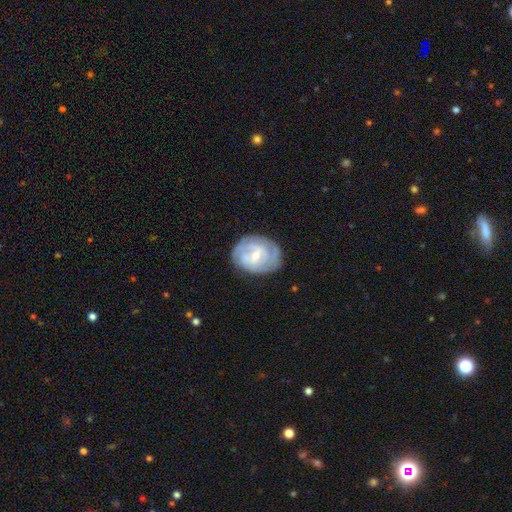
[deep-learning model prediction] The model was most divided on "spiral arm count": can't tell: 38%, 2: 33%, 3: 15%, 4: 6%, 1: 4%, more than 4: 3%. Remaining: edge-on disk — no (97%); spiral arms — yes (85%); smooth or featured — featured or disk (76%); merging — none (72%); bulge size — small (63%); spiral winding — tight (58%); bar — weak (50%).